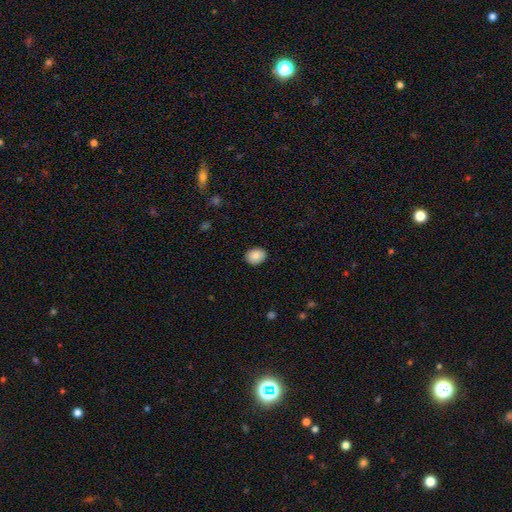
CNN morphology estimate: This appears to be a smooth galaxy with no disk features (88%) that is in between round and cigar-shaped (52%). Merging: none (89%).